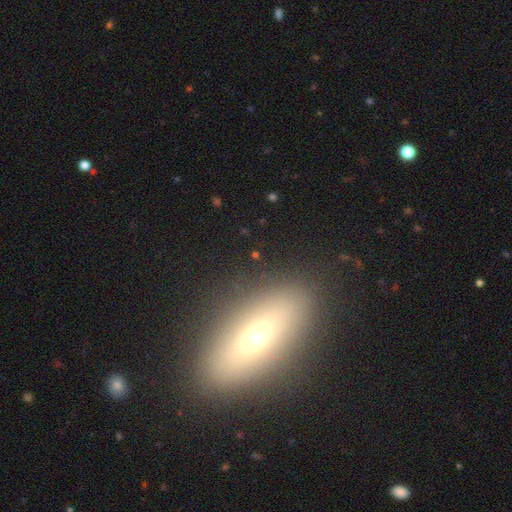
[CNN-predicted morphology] This appears to be a smooth galaxy with no disk features (48%). Merging: none (79%).